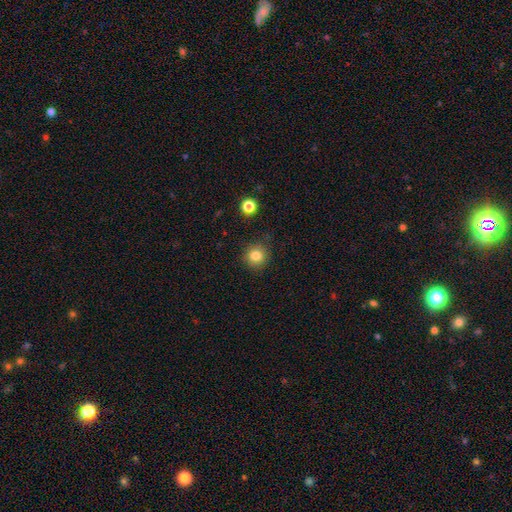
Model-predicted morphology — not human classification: Smooth or featured: smooth — 82% (star or artifact — 12%)
How rounded: round — 91% (in between — 8%)
Merging: none — 86% (minor disturbance — 10%)